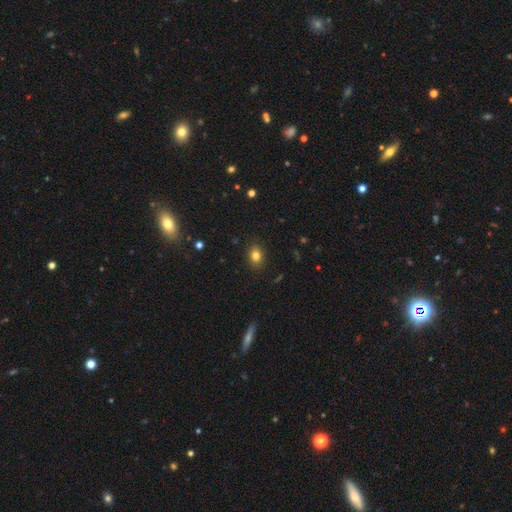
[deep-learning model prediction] Morphology: type=smooth (81%); roundness=in between (59%); merging=none (87%).